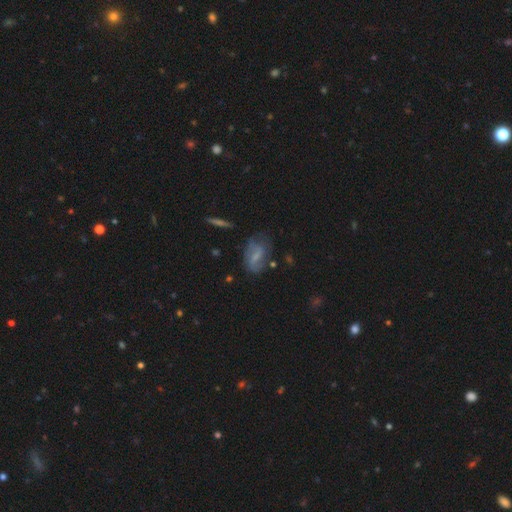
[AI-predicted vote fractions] A smooth galaxy with no disk features (46%).

Vote fractions:
- Smooth or featured? smooth: 46% / featured or disk: 44% / star or artifact: 10%
- Merging? none: 53% / minor disturbance: 28% / major disturbance: 15% / merger: 4%